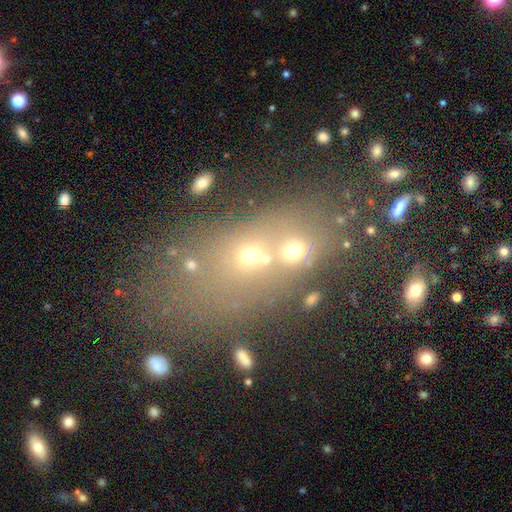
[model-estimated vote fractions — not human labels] This is possibly a smooth galaxy (45%). Merging: possibly merger (54%).